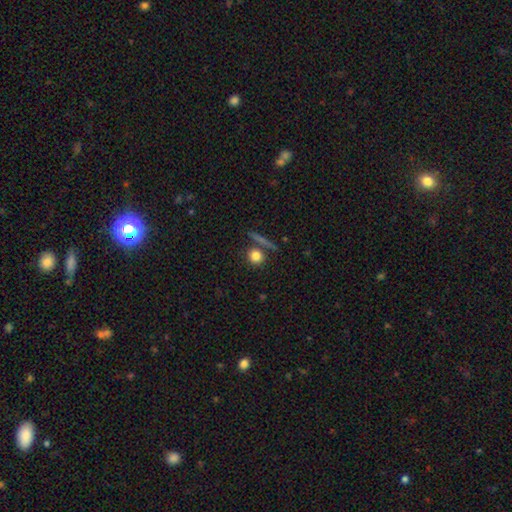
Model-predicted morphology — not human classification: smooth 81%, star or artifact 10%, featured or disk 8%. Down the decision tree: how rounded — round (84%); merging — none (74%).